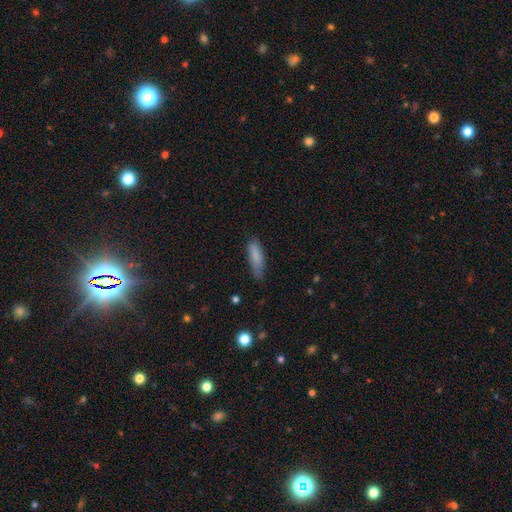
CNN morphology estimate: This is clearly a smooth galaxy (83%). How rounded: possibly cigar-shaped (55%). Merging: likely none (65%).